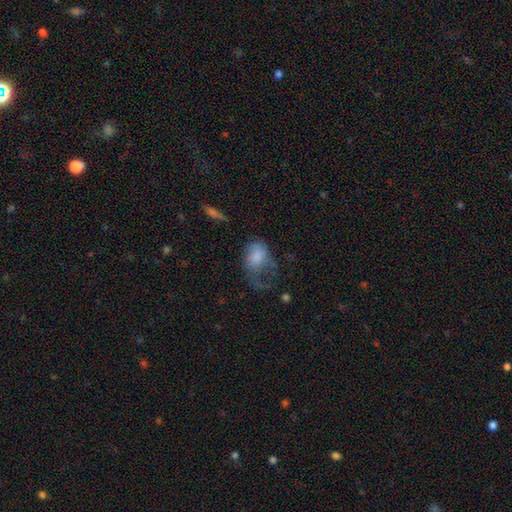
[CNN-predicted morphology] Smooth or featured?
  - smooth: 63% *
  - featured or disk: 26%
  - star or artifact: 11%
How rounded?
  - in between: 77% *
  - round: 21%
  - cigar-shaped: 2%
Merging?
  - major disturbance: 50% *
  - minor disturbance: 24%
  - none: 23%
  - merger: 3%